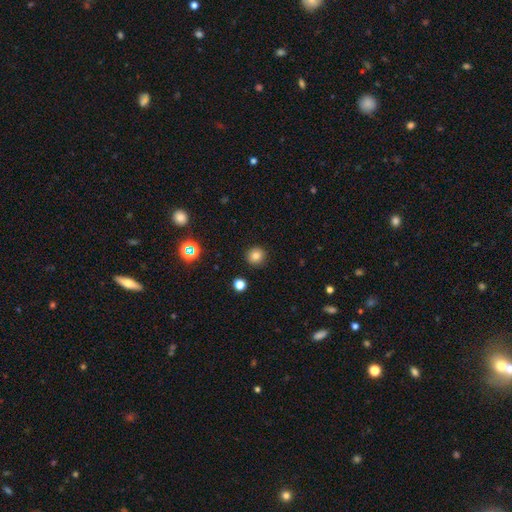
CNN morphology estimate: Smooth or featured: smooth — 80% (star or artifact — 14%)
How rounded: round — 90% (in between — 9%)
Merging: none — 90% (minor disturbance — 6%)